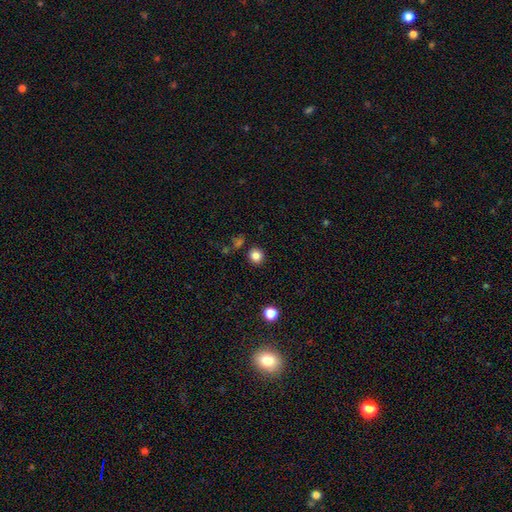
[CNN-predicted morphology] Smooth or featured?
  - smooth: 84% *
  - star or artifact: 12%
  - featured or disk: 4%
How rounded?
  - round: 91% *
  - in between: 8%
  - cigar-shaped: 1%
Merging?
  - none: 89% *
  - minor disturbance: 6%
  - merger: 3%
  - major disturbance: 2%